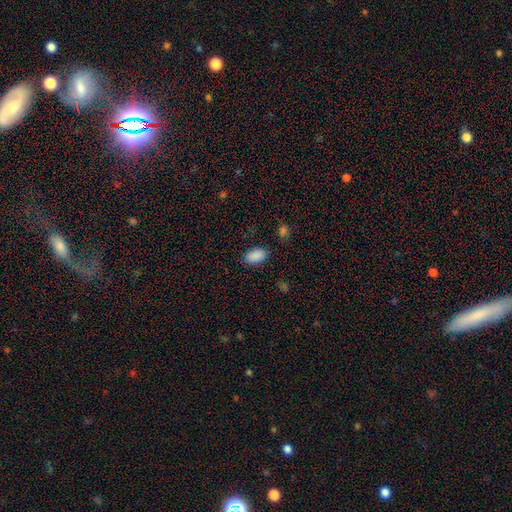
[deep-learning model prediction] A smooth galaxy with no disk features (89%) that is in between round and cigar-shaped (91%). Merging: none (84%).